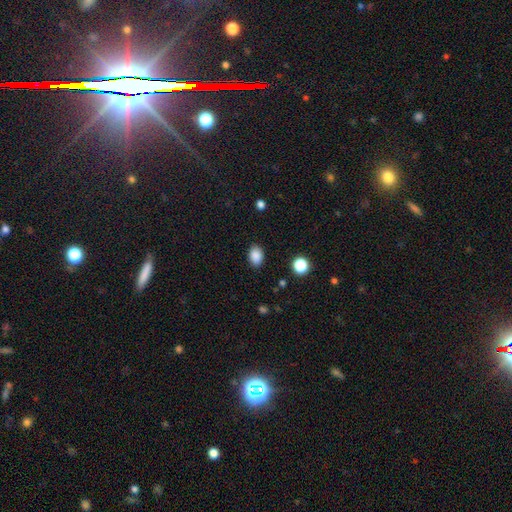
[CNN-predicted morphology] Smooth or featured: smooth — 88% (star or artifact — 9%)
How rounded: in between — 76% (round — 23%)
Merging: none — 87% (minor disturbance — 9%)